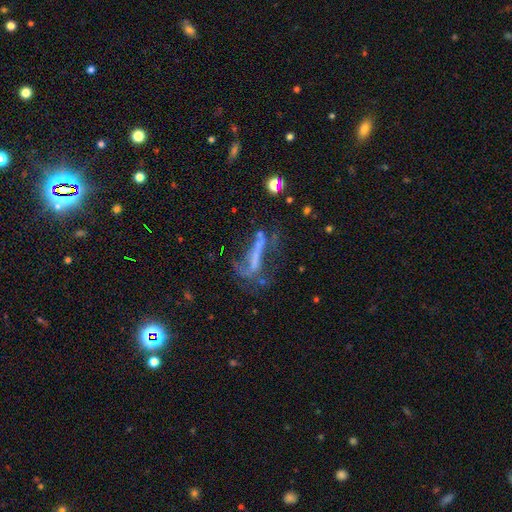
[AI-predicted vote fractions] This appears to be a featured or disk galaxy (56%). Merging: major disturbance (39%).